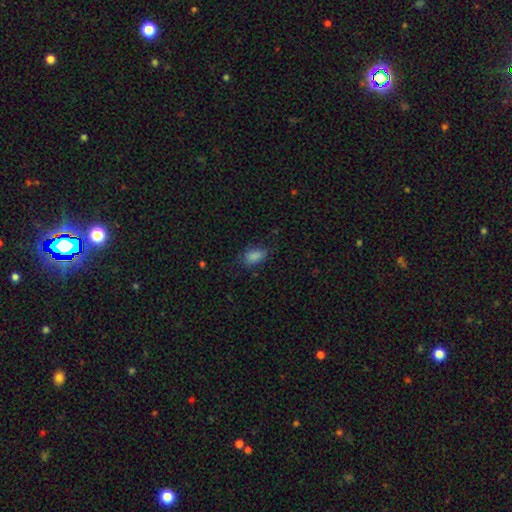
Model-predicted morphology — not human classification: Smooth or featured?
  - smooth: 85% *
  - star or artifact: 10%
  - featured or disk: 5%
How rounded?
  - in between: 90% *
  - round: 7%
  - cigar-shaped: 3%
Merging?
  - none: 69% *
  - minor disturbance: 23%
  - major disturbance: 7%
  - merger: 1%